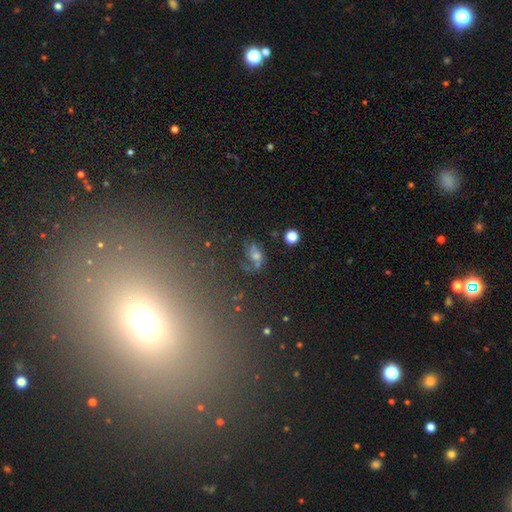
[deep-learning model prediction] Smooth or featured?
  - featured or disk: 44% *
  - smooth: 37%
  - star or artifact: 19%
Merging?
  - none: 42% *
  - major disturbance: 23%
  - minor disturbance: 20%
  - merger: 15%